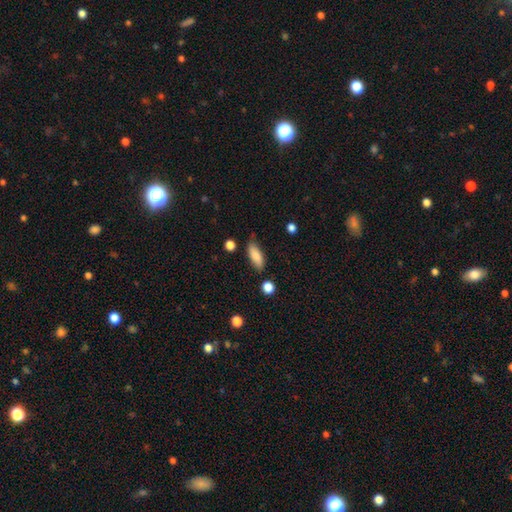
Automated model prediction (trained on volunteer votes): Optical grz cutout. It shows a smooth galaxy with no disk features (84%) that is in between round and cigar-shaped (74%). Merging: none (79%).